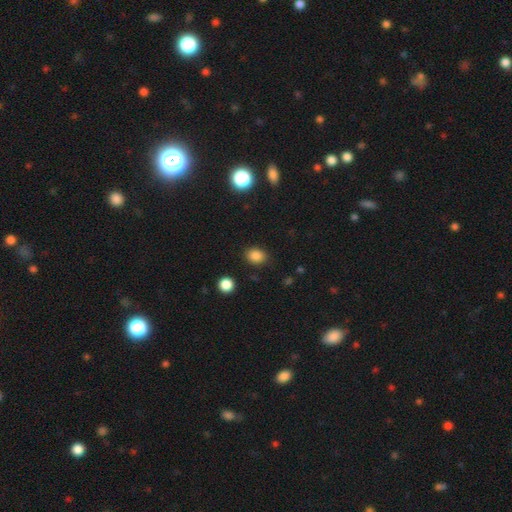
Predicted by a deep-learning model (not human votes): Overall: smooth (84%). How rounded: round (50%; in between 49%). Merging: none (86%).